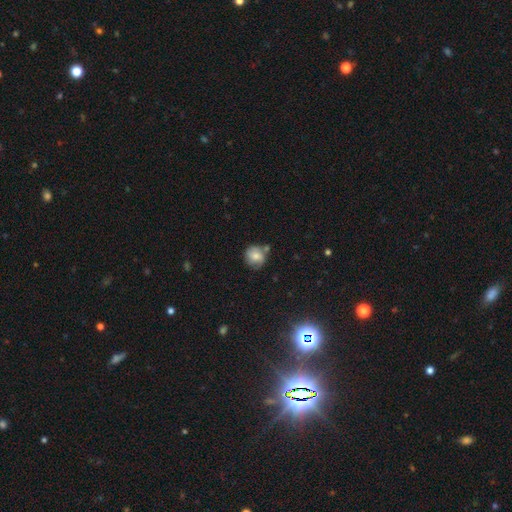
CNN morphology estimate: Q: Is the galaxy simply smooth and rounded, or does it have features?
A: smooth — 69%.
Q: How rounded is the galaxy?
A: round — 86%.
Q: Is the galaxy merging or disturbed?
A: none — 64%.